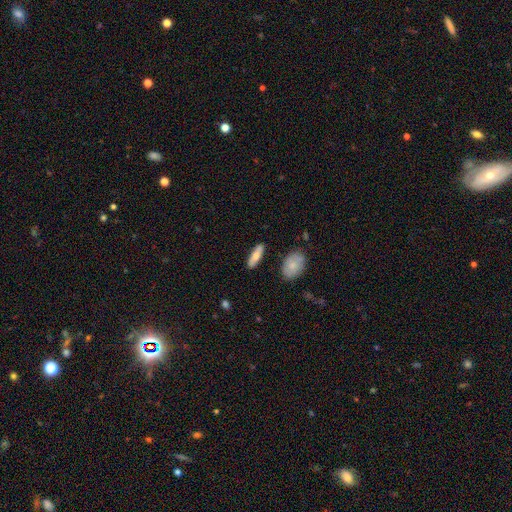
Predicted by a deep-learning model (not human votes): smooth_or_featured: smooth (p=0.67) [alt: featured or disk p=0.27]
how_rounded: cigar-shaped (p=0.52) [alt: in between p=0.46]
merging: none (p=0.87) [alt: minor disturbance p=0.09]